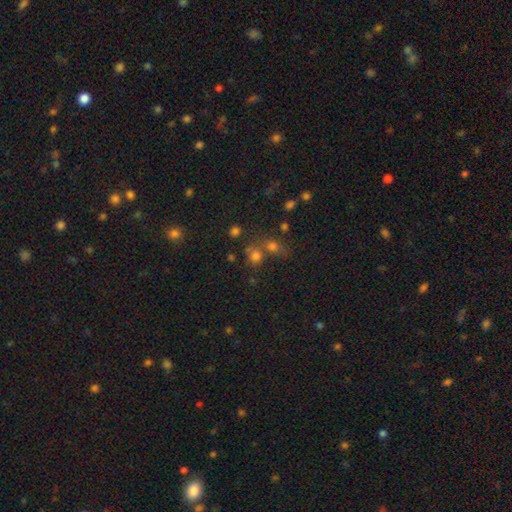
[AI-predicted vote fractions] Overall: smooth (69%). How rounded: round (79%). Merging: none (50%; merger 35%).